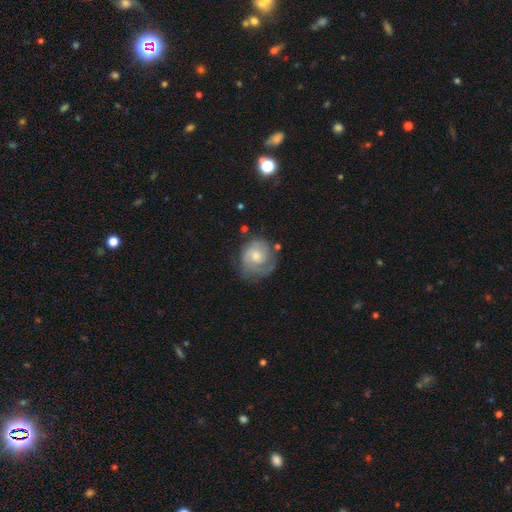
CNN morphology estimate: This appears to be a featured or disk galaxy (70%) with no bar (70%), 2 (42%) tight (60%) spiral arms (89%) and a moderate central bulge (48%). Merging: none (63%).